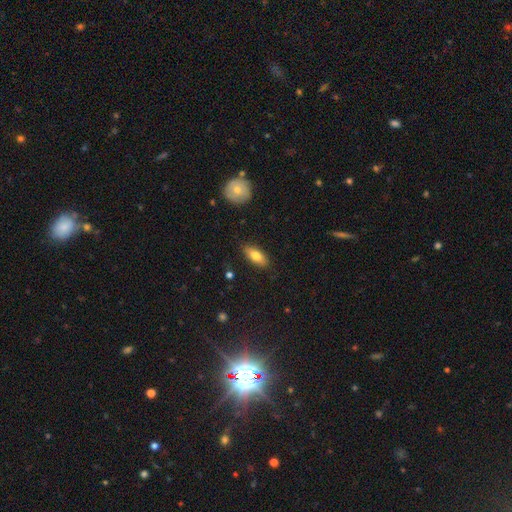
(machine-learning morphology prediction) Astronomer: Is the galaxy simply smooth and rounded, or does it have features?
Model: smooth — 76%.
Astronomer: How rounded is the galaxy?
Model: in between — 78%.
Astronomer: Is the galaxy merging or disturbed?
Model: none — 85%.